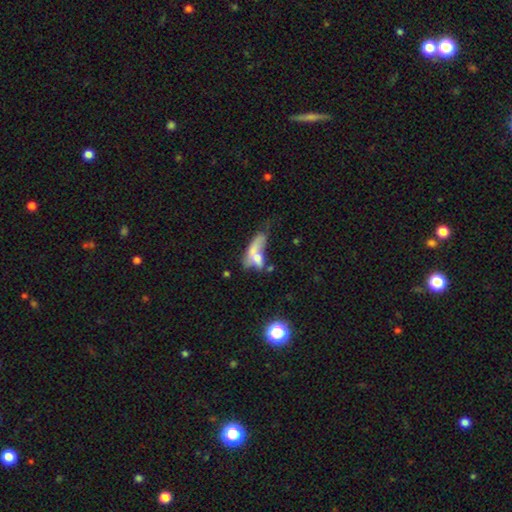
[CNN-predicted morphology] A smooth galaxy with no disk features (53%) that is in between round and cigar-shaped (65%). Merging: merger (38%).